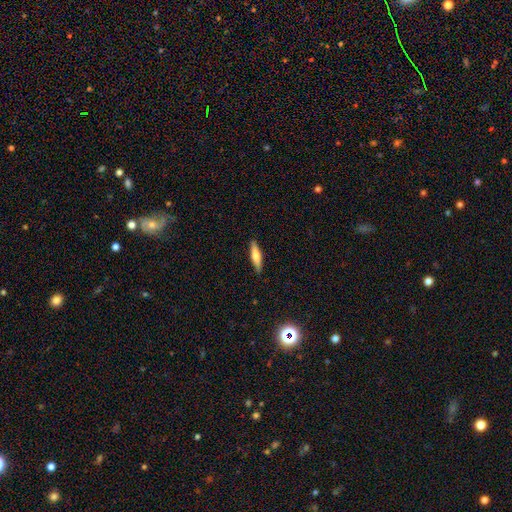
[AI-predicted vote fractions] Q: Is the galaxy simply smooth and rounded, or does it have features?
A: smooth — 51%.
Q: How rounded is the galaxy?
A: cigar-shaped — 78%.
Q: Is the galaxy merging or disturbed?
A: none — 90%.